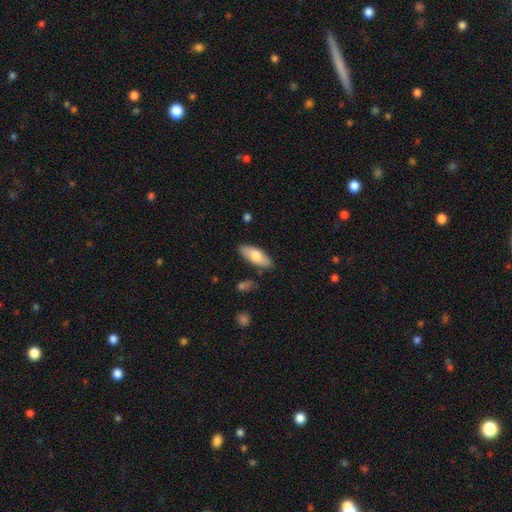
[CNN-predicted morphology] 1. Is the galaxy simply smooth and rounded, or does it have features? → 73% smooth, 22% featured or disk, 6% star or artifact.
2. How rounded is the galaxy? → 79% in between, 19% cigar-shaped, 2% round.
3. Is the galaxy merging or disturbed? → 82% none, 13% minor disturbance, 3% merger, 2% major disturbance.